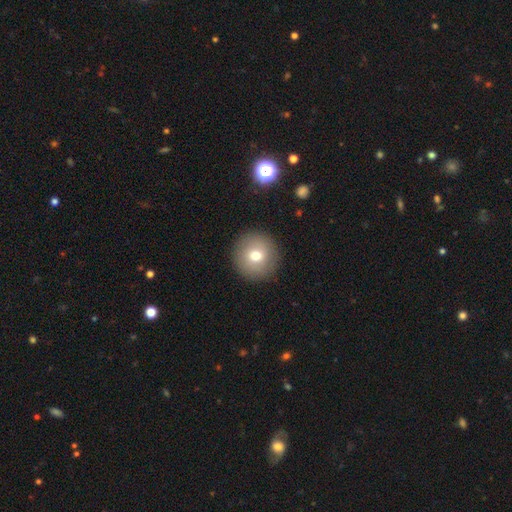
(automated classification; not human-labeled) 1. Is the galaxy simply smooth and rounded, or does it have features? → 74% smooth, 16% featured or disk, 10% star or artifact.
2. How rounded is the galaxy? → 95% round, 4% in between, 1% cigar-shaped.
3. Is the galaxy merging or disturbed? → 91% none, 6% minor disturbance, 2% major disturbance, 1% merger.